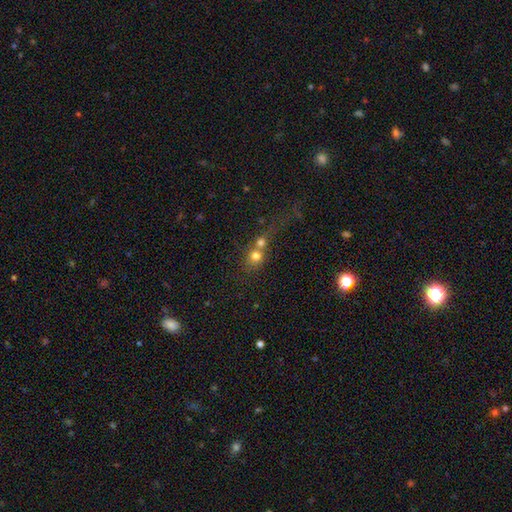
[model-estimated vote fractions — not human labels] The model was most divided on "merging": merger: 64%, none: 25%, major disturbance: 5%, minor disturbance: 5%. More confident: how rounded — round (79%); smooth or featured — smooth (70%).